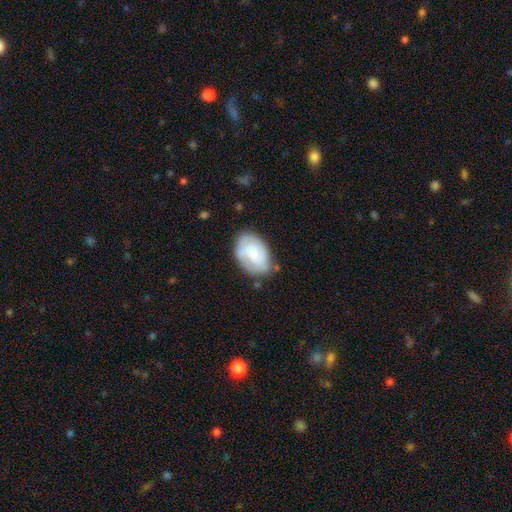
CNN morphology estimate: Overall: featured or disk (55%; smooth 38%). Edge-on disk: no (97%). Bar: no (69%). Spiral arms: yes (81%). Bulge size: small (53%; moderate 30%). Merging: none (67%).